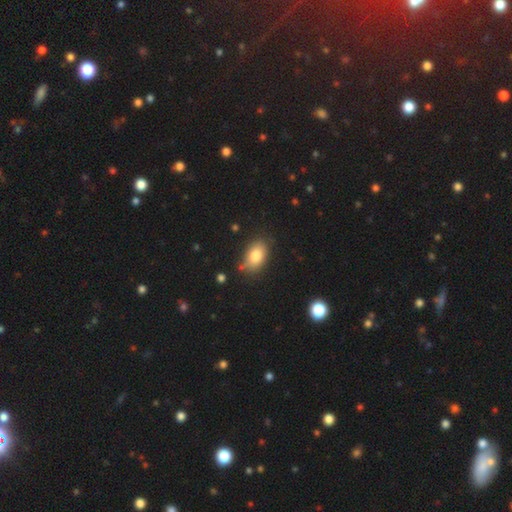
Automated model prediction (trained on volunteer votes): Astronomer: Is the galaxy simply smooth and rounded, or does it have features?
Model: smooth — 82%.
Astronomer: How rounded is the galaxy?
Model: in between — 88%.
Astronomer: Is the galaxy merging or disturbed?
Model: none — 73%.